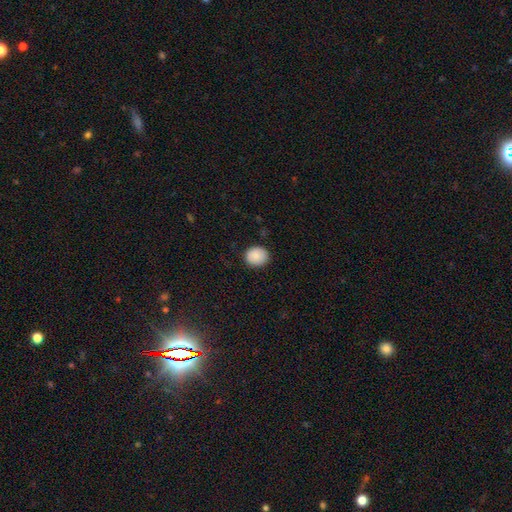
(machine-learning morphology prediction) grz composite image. It shows a smooth galaxy with no disk features (87%) that is round (75%). Merging: none (87%).